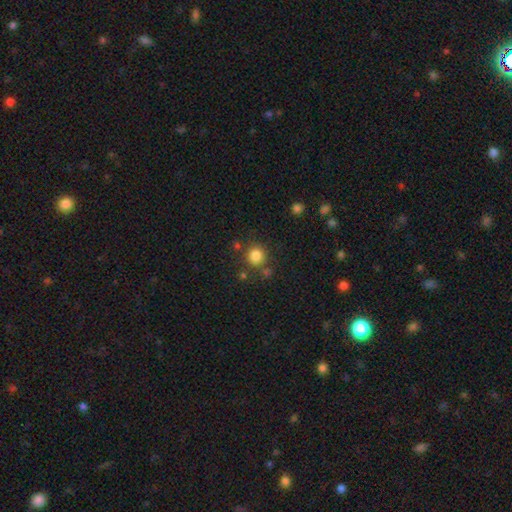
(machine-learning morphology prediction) Smooth or featured? smooth (83%)
How rounded? round (91%)
Merging? none (79%)